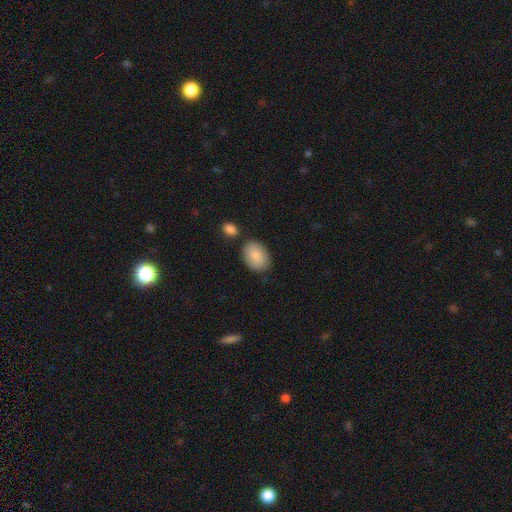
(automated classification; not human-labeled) Smooth or featured: smooth — 86% (featured or disk — 7%)
How rounded: in between — 84% (round — 15%)
Merging: none — 77% (minor disturbance — 13%)